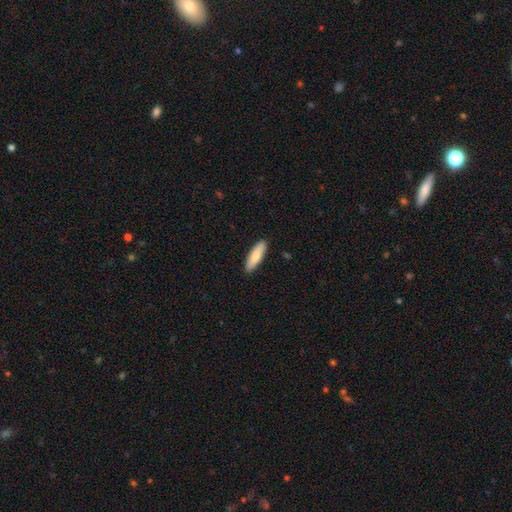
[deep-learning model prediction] Morphology: type=smooth (81%); roundness=cigar-shaped (56%); merging=none (90%).